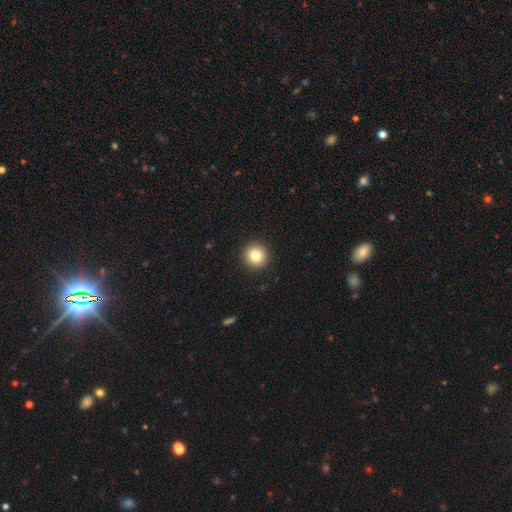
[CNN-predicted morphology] smooth_or_featured: smooth (p=0.82) [alt: star or artifact p=0.10]
how_rounded: round (p=0.95) [alt: in between p=0.04]
merging: none (p=0.93) [alt: minor disturbance p=0.05]